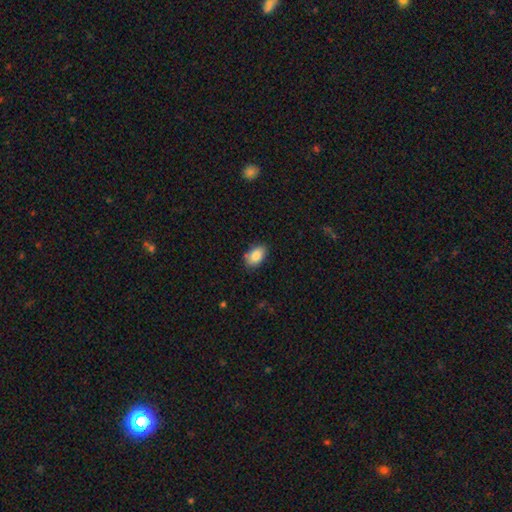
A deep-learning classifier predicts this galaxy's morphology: This is clearly a smooth galaxy (86%). How rounded: clearly in between (90%). Merging: likely none (79%).